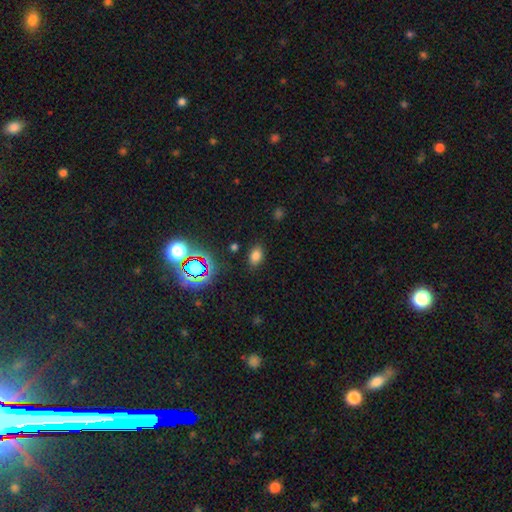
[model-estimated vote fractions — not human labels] A smooth galaxy with no disk features (73%) that is in between round and cigar-shaped (84%).

Vote fractions:
- Smooth or featured? smooth: 73% / star or artifact: 20% / featured or disk: 7%
- How rounded? in between: 84% / round: 14% / cigar-shaped: 2%
- Merging? none: 84% / minor disturbance: 11% / major disturbance: 3% / merger: 2%